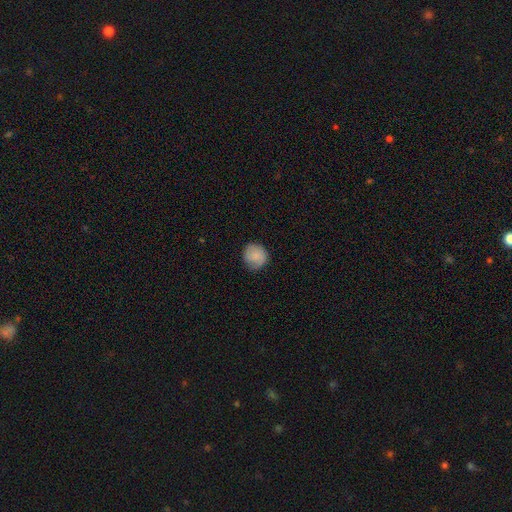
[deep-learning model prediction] smooth-or-featured: smooth: 79% | featured or disk: 14% | star or artifact: 7%
  how-rounded: round: 88% | in between: 11% | cigar-shaped: 1%
  merging: none: 75% | minor disturbance: 20% | major disturbance: 5% | merger: 1%